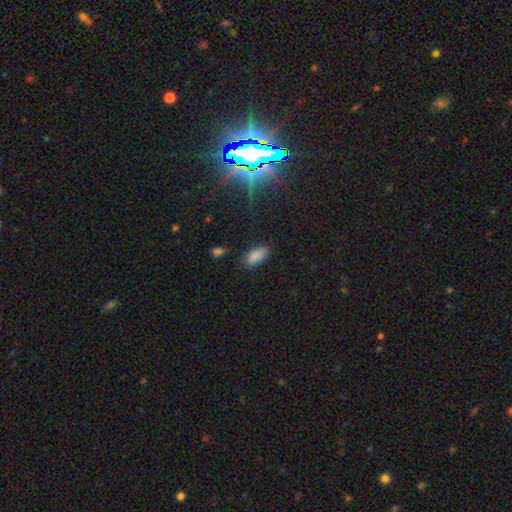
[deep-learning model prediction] A smooth galaxy with no disk features (86%) that is in between round and cigar-shaped (91%).

Vote fractions:
- Smooth or featured? smooth: 86% / star or artifact: 10% / featured or disk: 5%
- How rounded? in between: 91% / cigar-shaped: 7% / round: 2%
- Merging? none: 81% / minor disturbance: 14% / major disturbance: 3% / merger: 2%